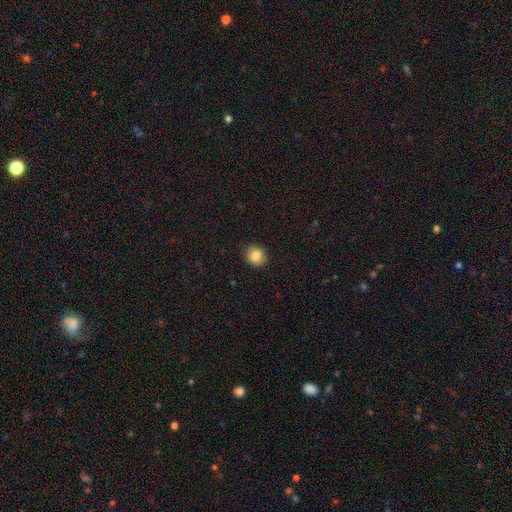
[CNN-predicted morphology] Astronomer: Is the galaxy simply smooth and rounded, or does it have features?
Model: smooth — 85%.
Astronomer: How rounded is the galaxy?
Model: round — 78%.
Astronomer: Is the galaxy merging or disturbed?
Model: none — 88%.